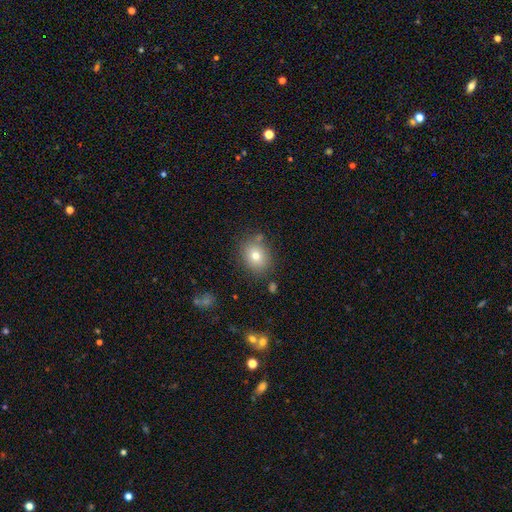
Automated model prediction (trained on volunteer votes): Morphology: type=smooth (75%); roundness=round (56%); merging=none (80%).